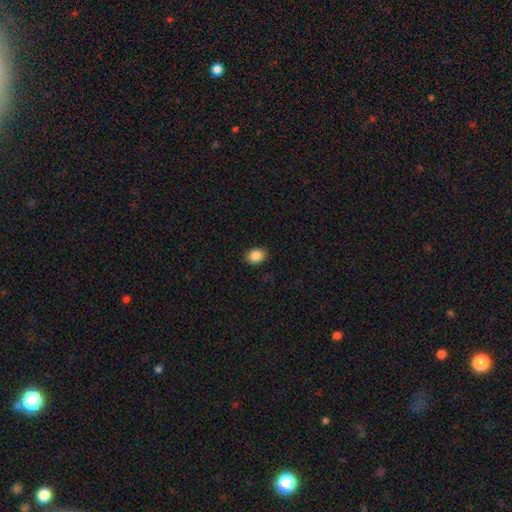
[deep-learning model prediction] This is clearly a smooth galaxy (87%). How rounded: possibly in between (58%). Merging: clearly none (90%).